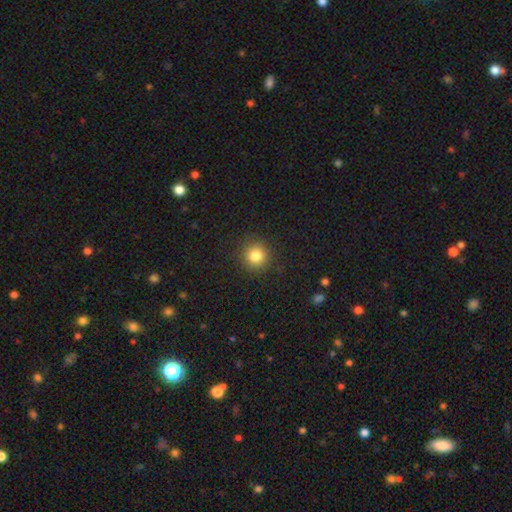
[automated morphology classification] smooth 83%, star or artifact 12%, featured or disk 6%. Down the decision tree: how rounded — round (92%); merging — none (90%).